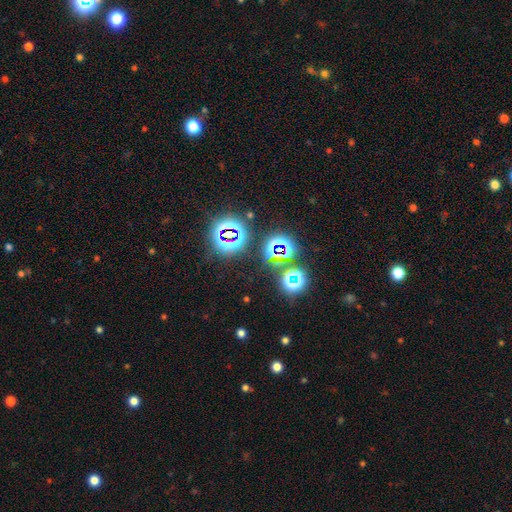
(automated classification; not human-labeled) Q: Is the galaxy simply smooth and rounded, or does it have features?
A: star or artifact — 80%.